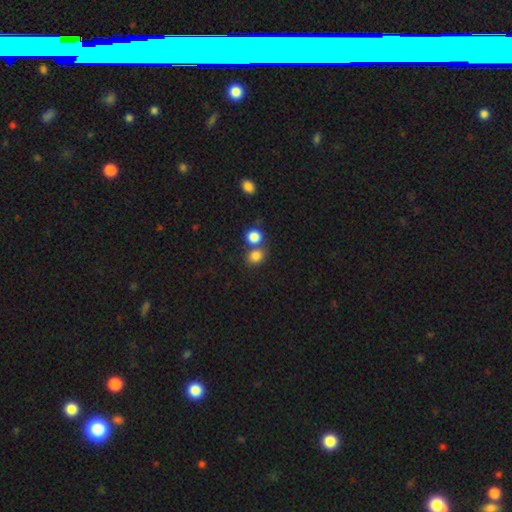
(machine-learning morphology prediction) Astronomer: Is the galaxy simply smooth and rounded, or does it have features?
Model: smooth — 82%.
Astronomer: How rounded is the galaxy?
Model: round — 66%.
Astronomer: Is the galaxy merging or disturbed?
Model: none — 52% (runner-up: merger, 36%).